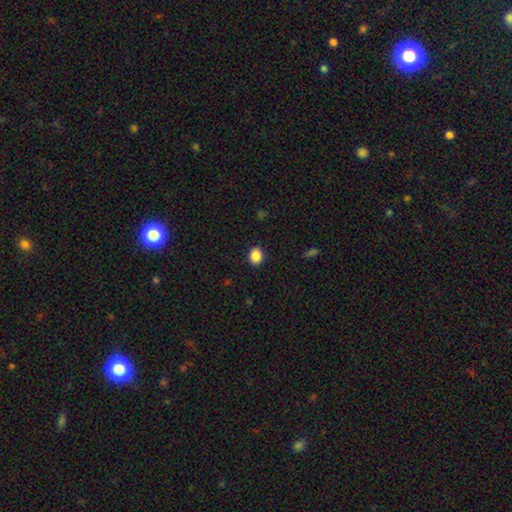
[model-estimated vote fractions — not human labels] A smooth galaxy with no disk features (88%) that is round (58%).

Vote fractions:
- Smooth or featured? smooth: 88% / star or artifact: 9% / featured or disk: 3%
- How rounded? round: 58% / in between: 42% / cigar-shaped: 1%
- Merging? none: 90% / minor disturbance: 7% / major disturbance: 2% / merger: 1%